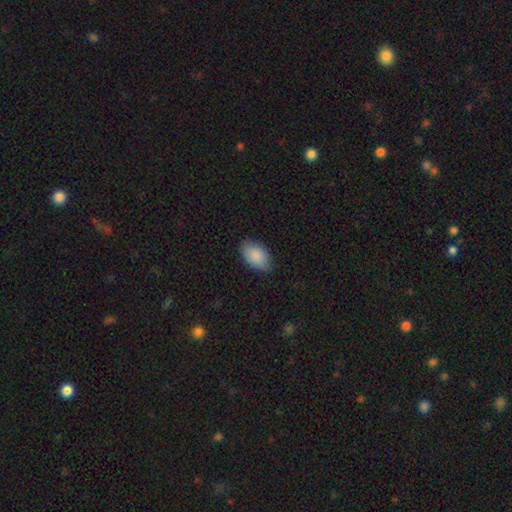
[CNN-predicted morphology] A smooth galaxy with no disk features (88%) that is in between round and cigar-shaped (94%).

Vote fractions:
- Smooth or featured? smooth: 88% / featured or disk: 6% / star or artifact: 6%
- How rounded? in between: 94% / round: 5% / cigar-shaped: 1%
- Merging? none: 77% / minor disturbance: 19% / major disturbance: 3% / merger: 1%